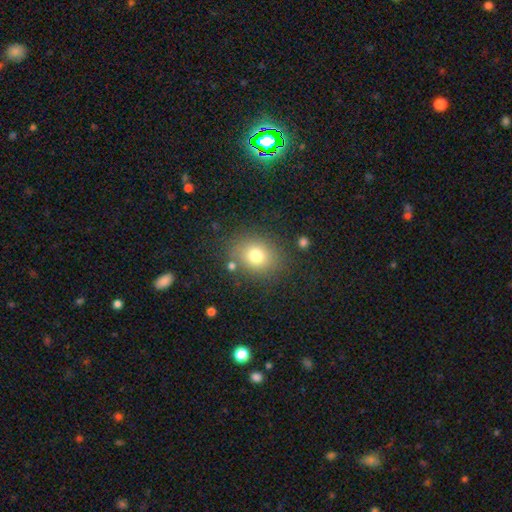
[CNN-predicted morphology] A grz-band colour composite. It shows a smooth galaxy with no disk features (75%) that is round (64%). Merging: none (80%).